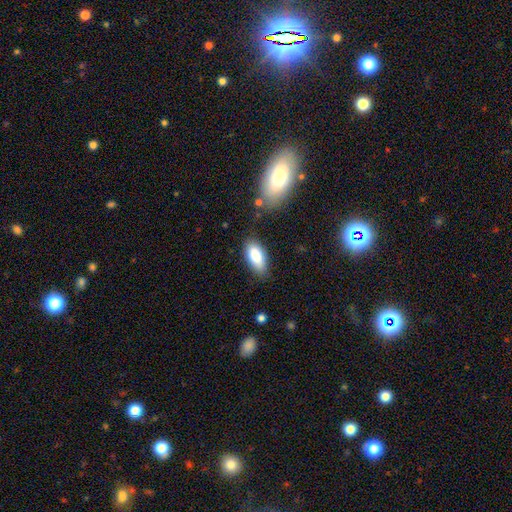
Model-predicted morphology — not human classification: Overall: smooth (86%). How rounded: in between (87%). Merging: none (78%).